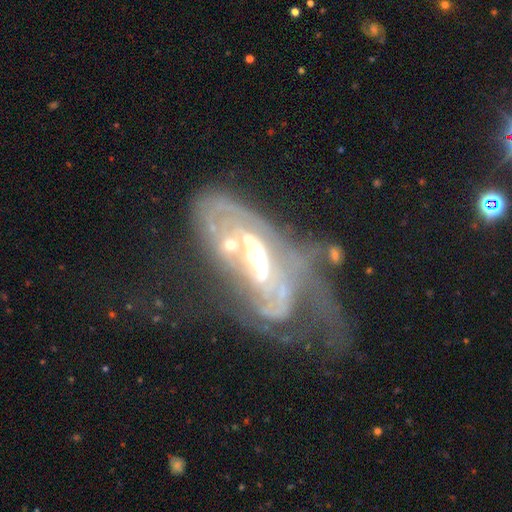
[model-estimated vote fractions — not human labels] featured or disk 81%, smooth 11%, star or artifact 8%. Down the decision tree: edge-on disk — no (88%); bar — no (46%); spiral arms — yes (66%); bulge size — moderate (63%); merging — major disturbance (47%).